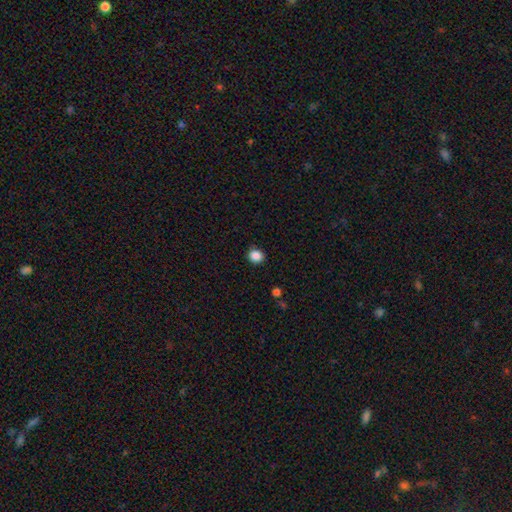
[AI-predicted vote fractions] Smooth or featured? smooth (87%)
How rounded? round (80%)
Merging? none (89%)